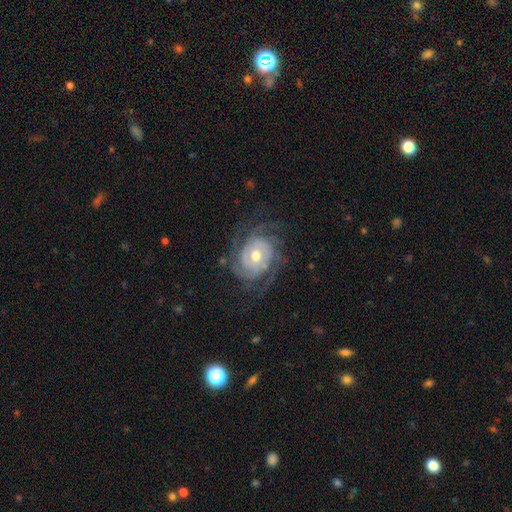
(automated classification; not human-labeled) The model was most divided on "spiral arm count": 3: 28%, can't tell: 24%, 2: 19%, 4: 14%, more than 4: 7%, 1: 6%. More confident: edge-on disk — no (97%); spiral arms — yes (96%); smooth or featured — featured or disk (88%); bulge size — moderate (71%); merging — none (71%); bar — no (70%); spiral winding — tight (68%).